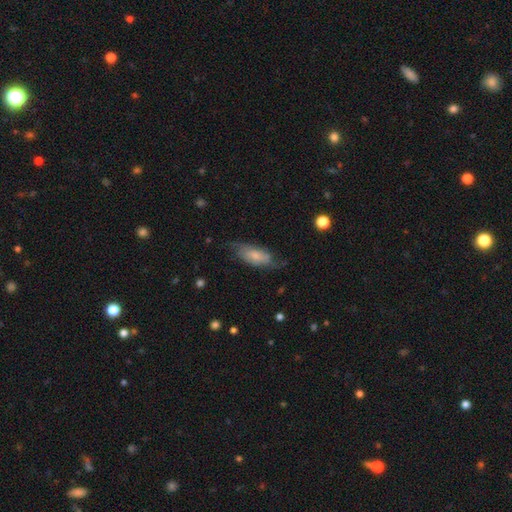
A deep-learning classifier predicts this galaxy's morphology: Smooth or featured? Predicted: featured or disk (p=0.47). Merging? Predicted: none (p=0.58).